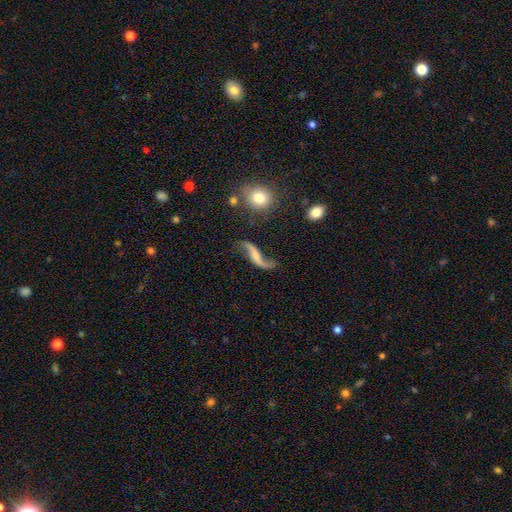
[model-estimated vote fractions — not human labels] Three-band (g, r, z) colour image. It shows a featured or disk galaxy (84%) with no bar (48%), 2 (92%) loose (95%) spiral arms (94%) and a small central bulge (43%). Merging: none (65%).